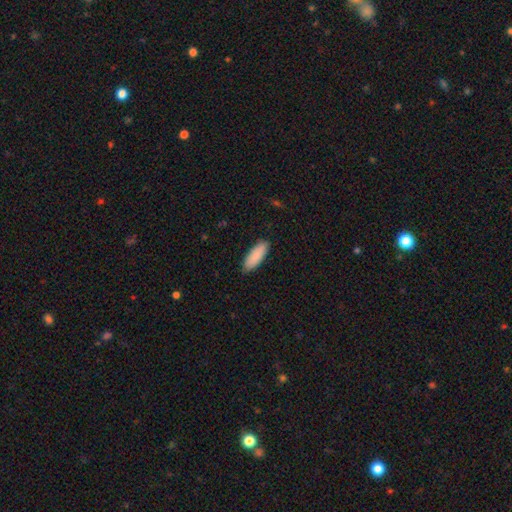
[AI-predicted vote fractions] A smooth galaxy with no disk features (89%) that is in between round and cigar-shaped (65%).

Vote fractions:
- Smooth or featured? smooth: 89% / star or artifact: 6% / featured or disk: 5%
- How rounded? in between: 65% / cigar-shaped: 33% / round: 2%
- Merging? none: 89% / minor disturbance: 9% / major disturbance: 2% / merger: 1%